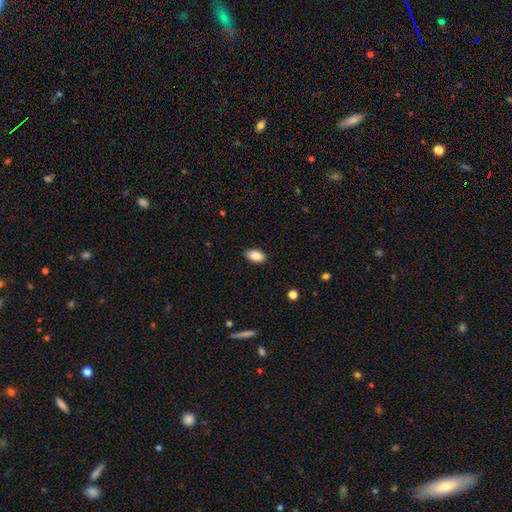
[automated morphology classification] A smooth galaxy with no disk features (88%) that is in between round and cigar-shaped (93%). Merging: none (88%).